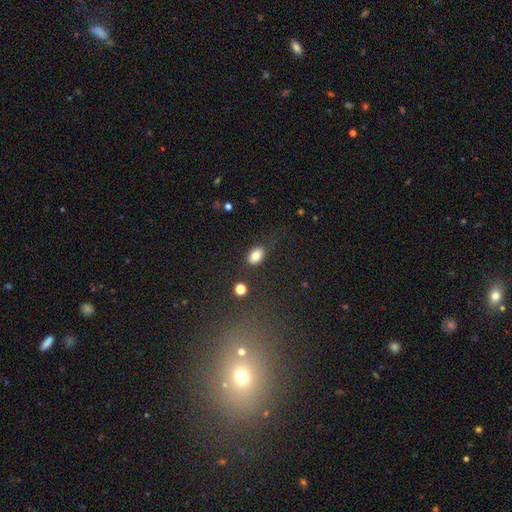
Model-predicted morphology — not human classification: Q: Smooth or featured?
A: smooth (83%); runner-up: star or artifact (9%)
Q: How rounded?
A: in between (85%); runner-up: round (14%)
Q: Merging?
A: none (78%); runner-up: minor disturbance (15%)